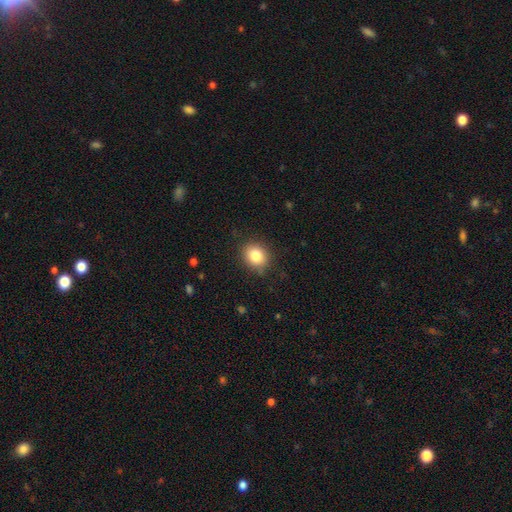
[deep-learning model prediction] smooth-or-featured: smooth: 82% | star or artifact: 10% | featured or disk: 7%
  how-rounded: round: 69% | in between: 30% | cigar-shaped: 1%
  merging: none: 85% | minor disturbance: 11% | major disturbance: 3% | merger: 1%